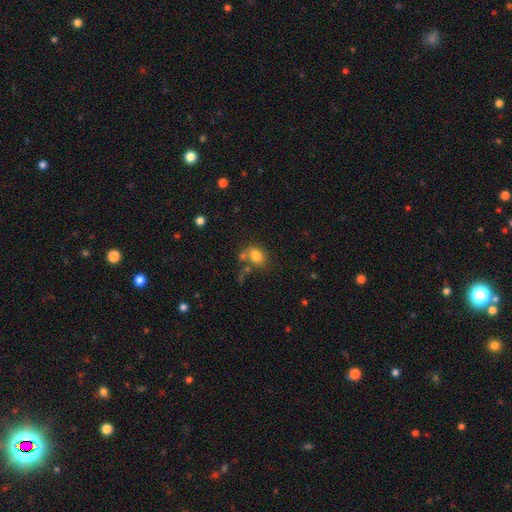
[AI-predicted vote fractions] smooth-or-featured: smooth: 80% | star or artifact: 11% | featured or disk: 10%
  how-rounded: in between: 63% | round: 36% | cigar-shaped: 1%
  merging: none: 55% | merger: 21% | minor disturbance: 16% | major disturbance: 8%